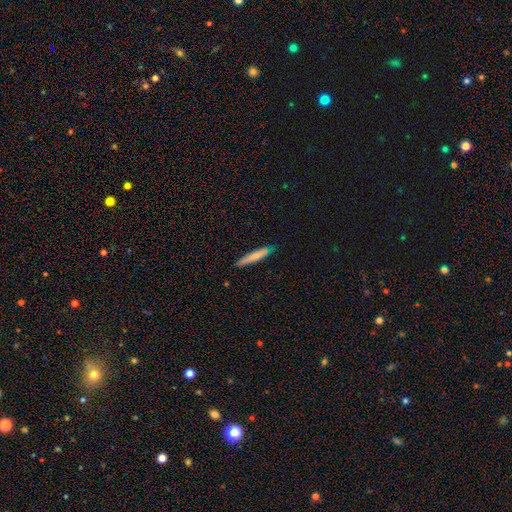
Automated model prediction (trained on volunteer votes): Morphology: type=smooth (71%); roundness=cigar-shaped (94%); merging=none (85%).